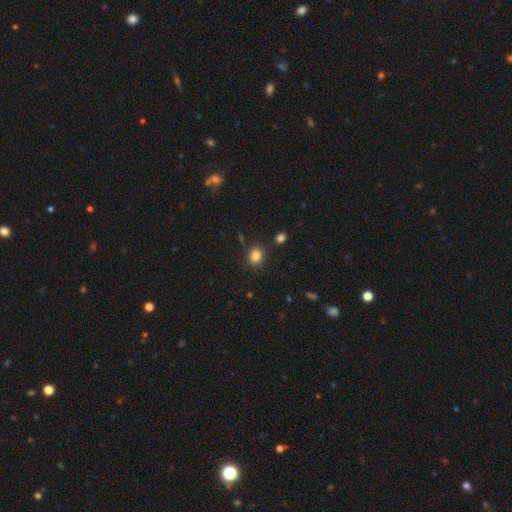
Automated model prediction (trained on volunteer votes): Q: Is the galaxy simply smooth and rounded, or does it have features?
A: smooth — 84%.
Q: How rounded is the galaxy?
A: round — 63%.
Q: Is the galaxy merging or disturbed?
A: none — 85%.